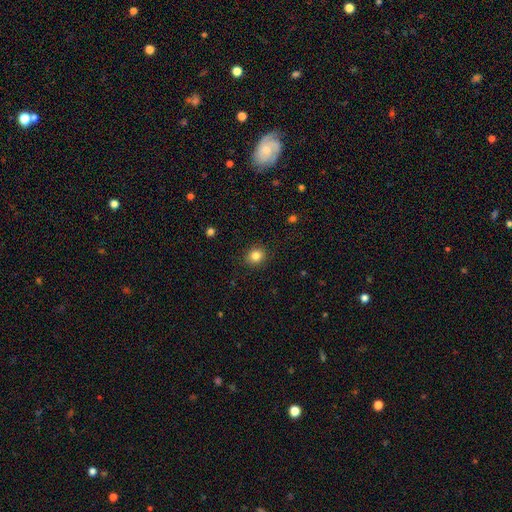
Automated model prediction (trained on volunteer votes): A smooth galaxy with no disk features (84%) that is round (75%).

Vote fractions:
- Smooth or featured? smooth: 84% / star or artifact: 11% / featured or disk: 5%
- How rounded? round: 75% / in between: 25% / cigar-shaped: 1%
- Merging? none: 89% / minor disturbance: 8% / major disturbance: 2% / merger: 1%